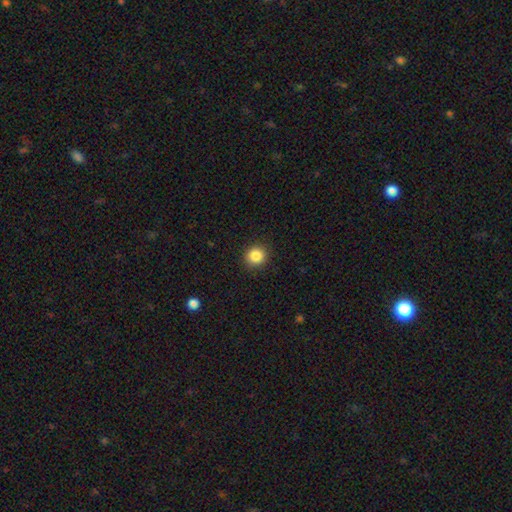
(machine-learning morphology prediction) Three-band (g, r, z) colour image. It shows a smooth galaxy with no disk features (87%) that is round (91%). Merging: none (91%).